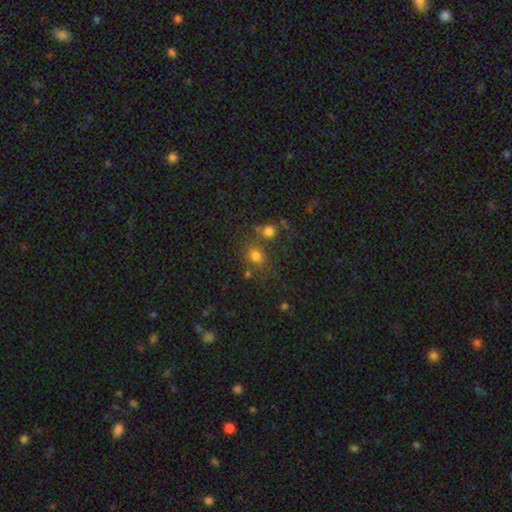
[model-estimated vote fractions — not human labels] Smooth or featured? smooth (72%)
How rounded? round (69%)
Merging? none (60%)